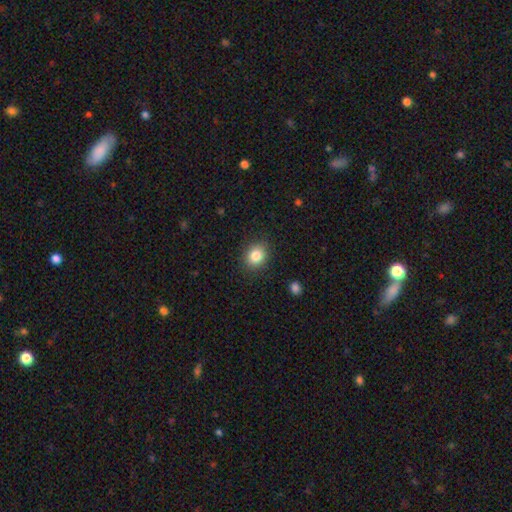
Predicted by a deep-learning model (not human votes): A smooth galaxy with no disk features (84%) that is round (62%). Merging: none (88%).